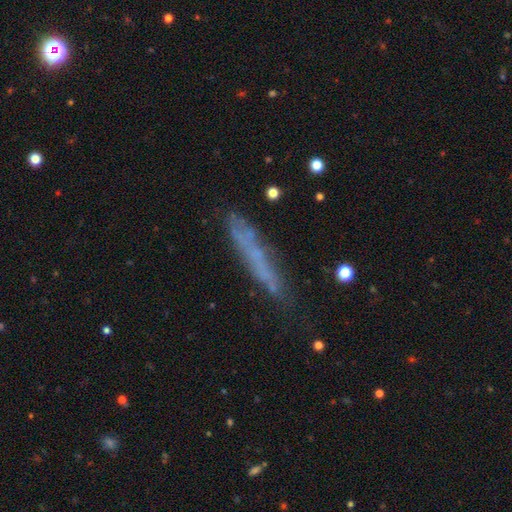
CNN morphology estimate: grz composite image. It shows a smooth galaxy with no disk features (47%). Merging: none (66%).